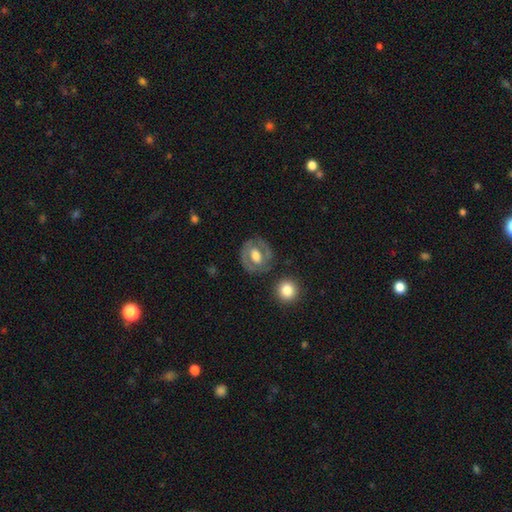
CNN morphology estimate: Q: Smooth or featured?
A: featured or disk (60%); runner-up: smooth (34%)
Q: Edge-on disk?
A: no (95%); runner-up: yes (5%)
Q: Bar?
A: no (44%); runner-up: weak (38%)
Q: Spiral arms?
A: yes (51%); runner-up: no (49%)
Q: Bulge size?
A: moderate (53%); runner-up: large (36%)
Q: Merging?
A: none (76%); runner-up: minor disturbance (15%)